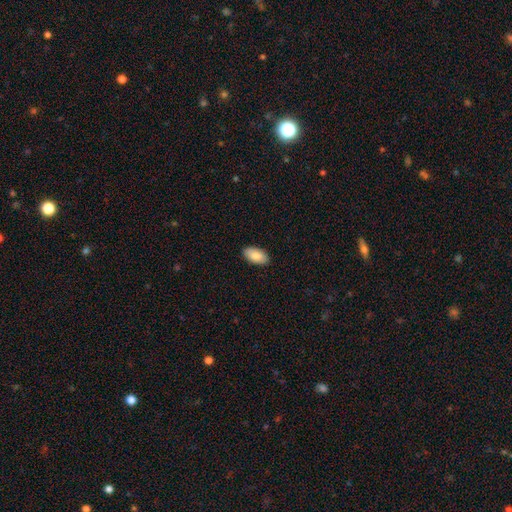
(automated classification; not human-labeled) smooth_or_featured: smooth (p=0.85) [alt: featured or disk p=0.09]
how_rounded: in between (p=0.95) [alt: round p=0.03]
merging: none (p=0.89) [alt: minor disturbance p=0.09]